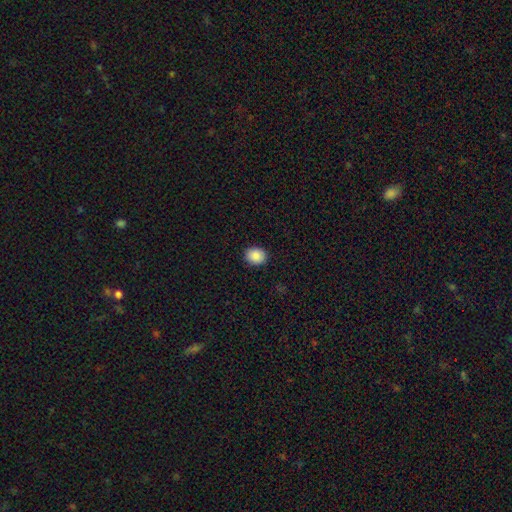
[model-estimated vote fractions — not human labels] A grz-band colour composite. It shows a smooth galaxy with no disk features (88%) that is round (58%). Merging: none (91%).